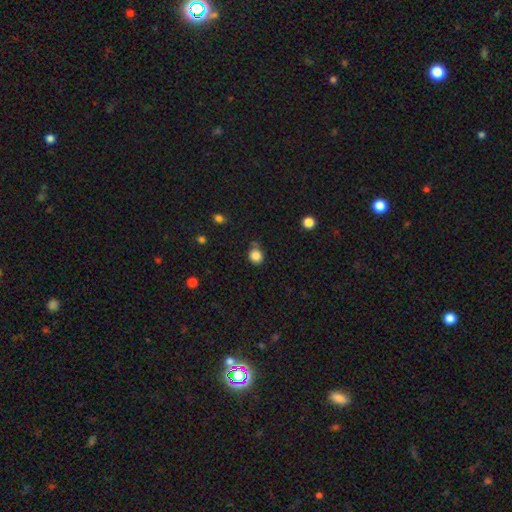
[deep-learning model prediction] Smooth or featured: smooth — 84% (star or artifact — 11%)
How rounded: round — 78% (in between — 21%)
Merging: none — 70% (minor disturbance — 20%)